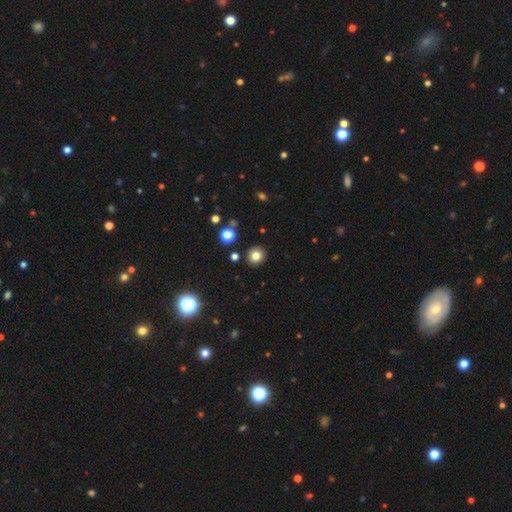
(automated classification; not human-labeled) smooth-or-featured: smooth: 81% | star or artifact: 12% | featured or disk: 7%
  how-rounded: round: 89% | in between: 10% | cigar-shaped: 1%
  merging: none: 90% | minor disturbance: 6% | merger: 2% | major disturbance: 2%